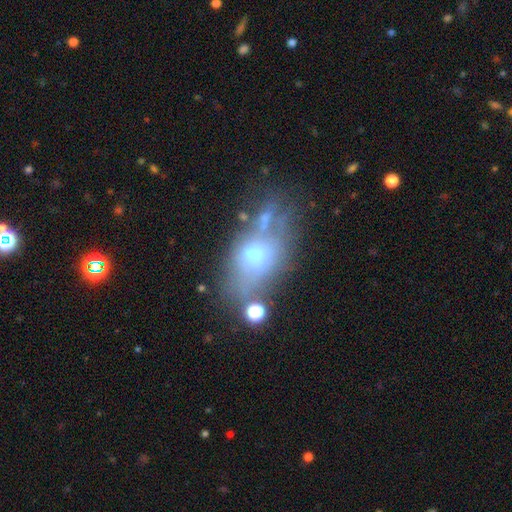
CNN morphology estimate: type=featured or disk (45%); merging=none (37%).